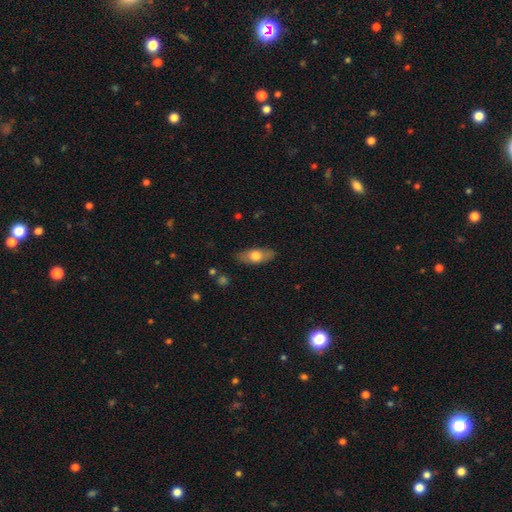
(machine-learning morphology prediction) Overall: smooth (66%; featured or disk 28%). How rounded: in between (78%). Merging: none (83%).